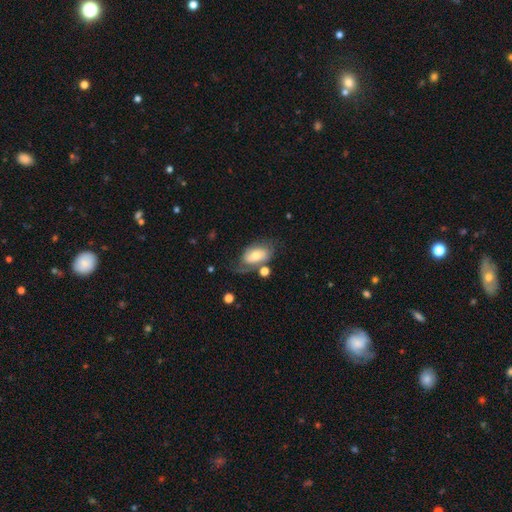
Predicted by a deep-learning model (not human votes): Smooth or featured? Predicted: smooth (p=0.49). Merging? Predicted: none (p=0.42).